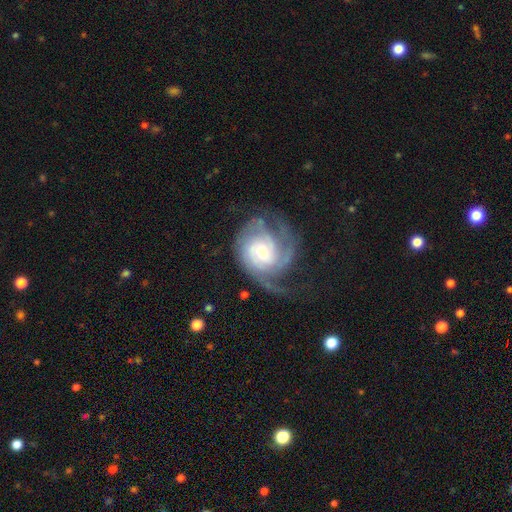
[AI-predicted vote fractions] Smooth or featured? Predicted: featured or disk (p=0.86). Edge-on disk? Predicted: no (p=0.98). Bar? Predicted: no (p=0.57). Spiral arms? Predicted: yes (p=0.96). Spiral winding? Predicted: tight (p=0.50). Spiral arm count? Predicted: 2 (p=0.37). Bulge size? Predicted: moderate (p=0.61). Merging? Predicted: none (p=0.53).